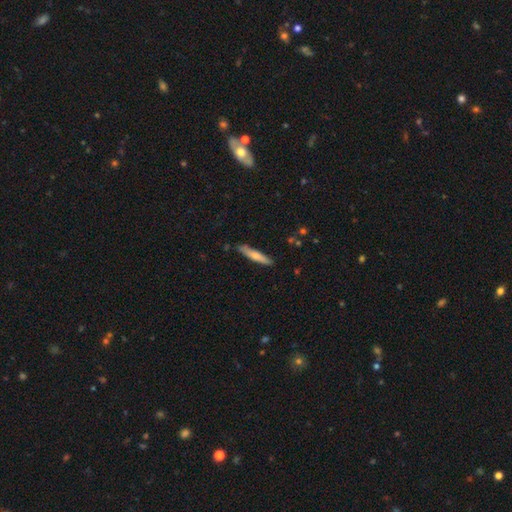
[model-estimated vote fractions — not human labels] Smooth or featured? smooth (67%)
How rounded? cigar-shaped (90%)
Merging? none (85%)